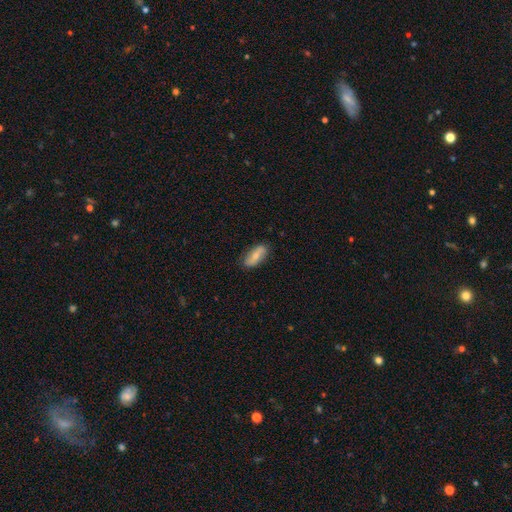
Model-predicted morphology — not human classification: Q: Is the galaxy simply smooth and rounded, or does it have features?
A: smooth — 60%.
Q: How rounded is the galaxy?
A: in between — 81%.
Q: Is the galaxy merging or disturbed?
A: none — 83%.